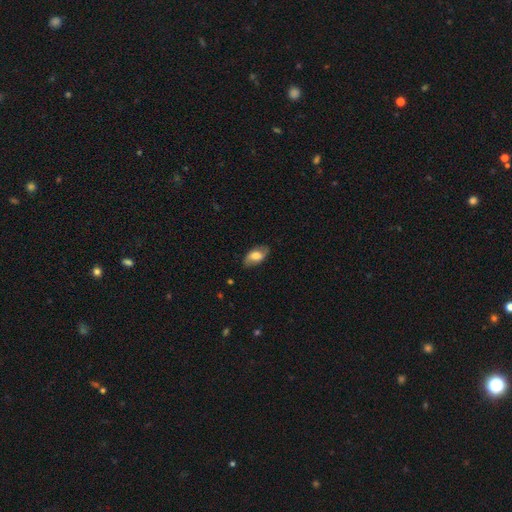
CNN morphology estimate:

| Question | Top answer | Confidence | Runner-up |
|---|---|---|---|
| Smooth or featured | smooth | 57% | featured or disk (35%) |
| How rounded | in between | 91% | round (6%) |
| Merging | none | 75% | minor disturbance (19%) |